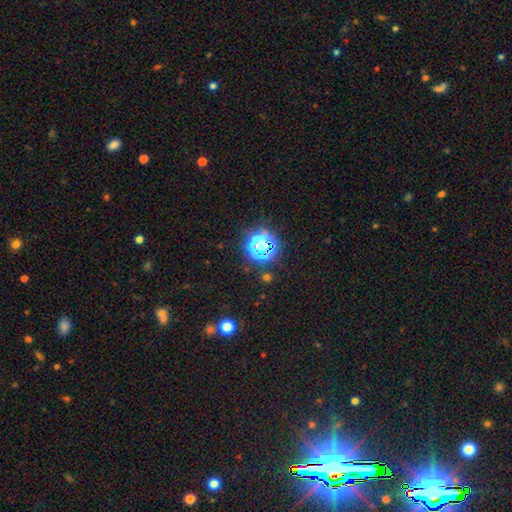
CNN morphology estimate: Q: Smooth or featured?
A: star or artifact (73%); runner-up: smooth (21%)